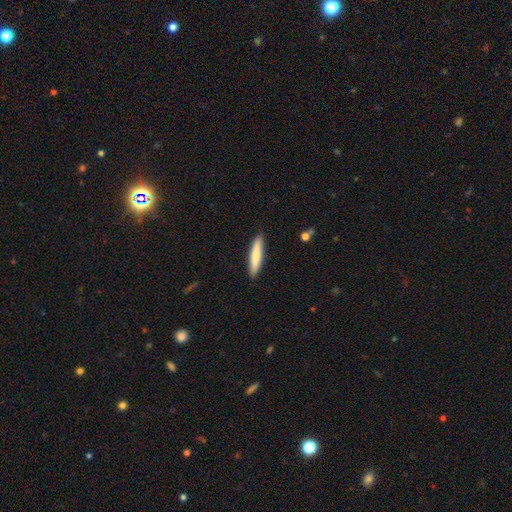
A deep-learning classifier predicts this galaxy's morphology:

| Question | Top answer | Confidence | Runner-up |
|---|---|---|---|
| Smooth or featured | smooth | 74% | featured or disk (21%) |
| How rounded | cigar-shaped | 87% | in between (11%) |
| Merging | none | 90% | minor disturbance (8%) |